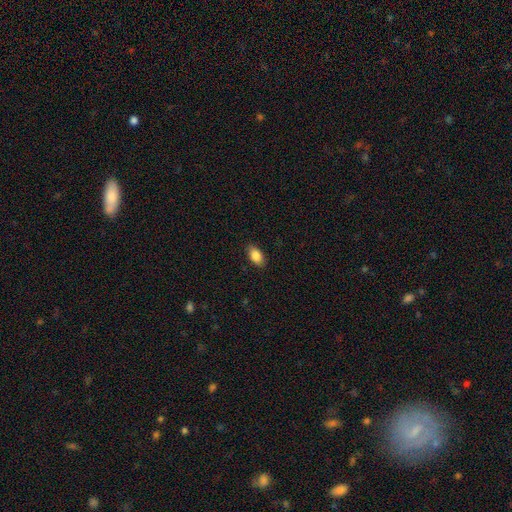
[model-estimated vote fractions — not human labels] Smooth or featured? smooth (87%)
How rounded? in between (92%)
Merging? none (87%)